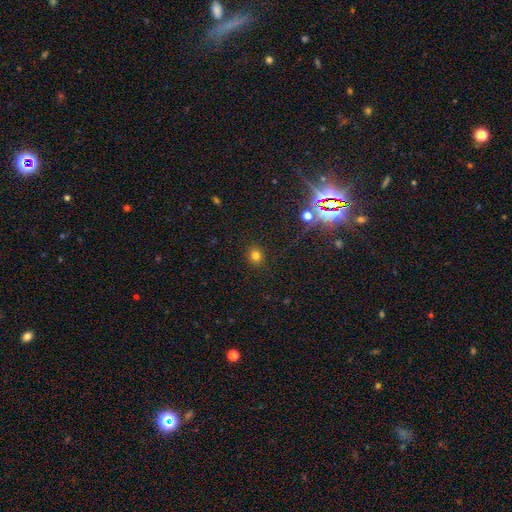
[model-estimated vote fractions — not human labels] Smooth or featured: smooth — 77% (star or artifact — 17%)
How rounded: round — 80% (in between — 19%)
Merging: none — 89% (minor disturbance — 7%)